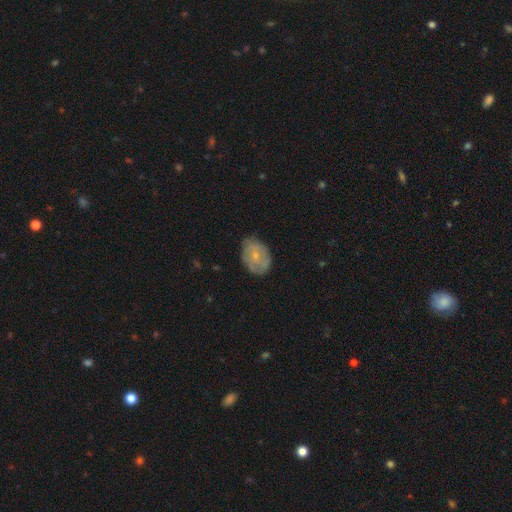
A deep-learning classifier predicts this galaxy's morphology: smooth 51%, featured or disk 42%, star or artifact 7%. Down the decision tree: how rounded — in between (70%); merging — none (70%).